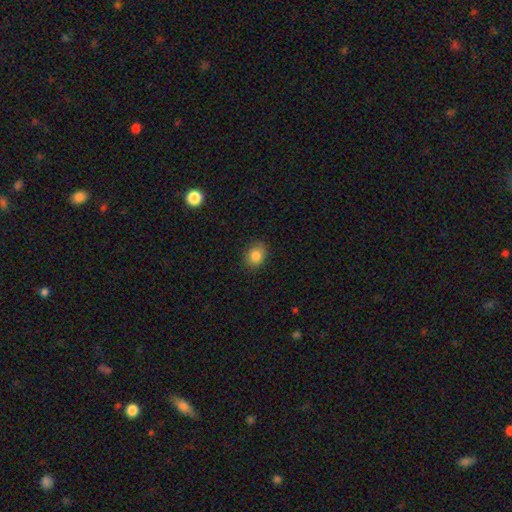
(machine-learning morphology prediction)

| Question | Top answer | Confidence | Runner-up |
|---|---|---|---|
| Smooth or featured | smooth | 84% | star or artifact (10%) |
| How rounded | round | 51% | in between (48%) |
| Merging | none | 81% | minor disturbance (15%) |